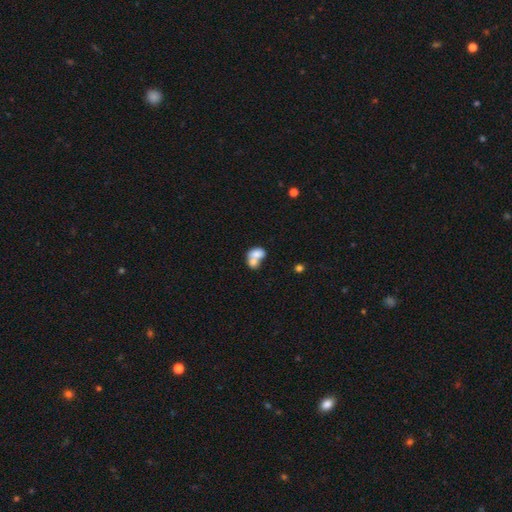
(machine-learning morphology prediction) Smooth or featured: smooth — 73% (featured or disk — 19%)
How rounded: in between — 76% (round — 23%)
Merging: merger — 71% (none — 17%)